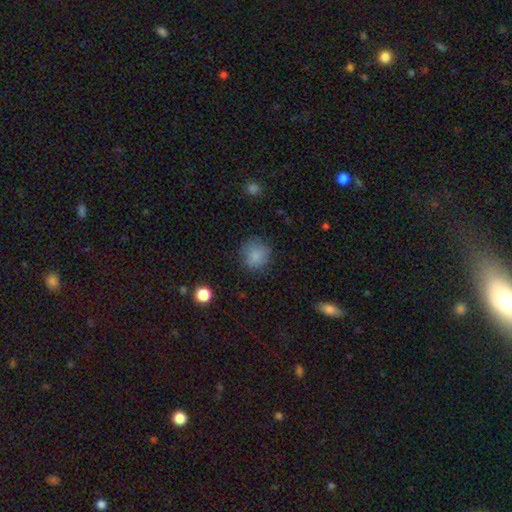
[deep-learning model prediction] Smooth or featured? Predicted: smooth (p=0.81). How rounded? Predicted: round (p=0.87). Merging? Predicted: none (p=0.77).